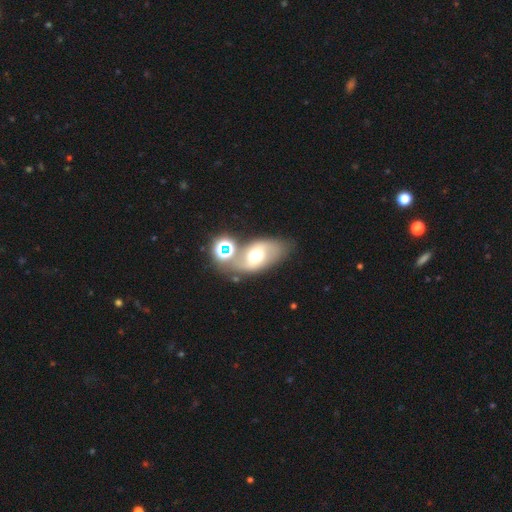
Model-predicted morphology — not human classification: Smooth or featured: featured or disk — 44% (smooth — 42%)
Merging: none — 60% (minor disturbance — 17%)